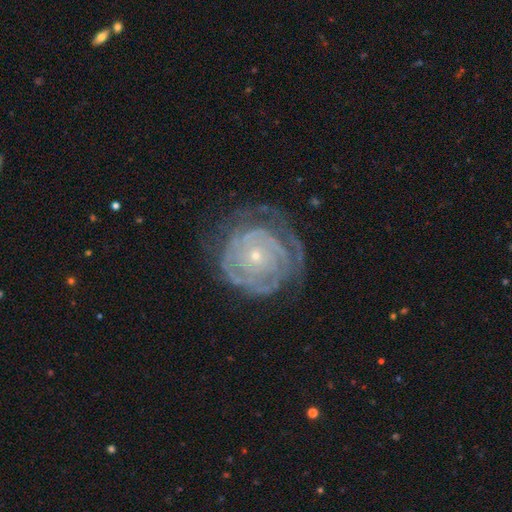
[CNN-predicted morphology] This is clearly a featured or disk galaxy (81%). It is clearly not viewed edge-on (97%). Bar: clearly no (85%). Spiral arm pattern: clearly yes (84%). Spiral arm count: possibly can't tell (48%). Spiral winding: clearly tight (81%). Central bulge: clearly small (83%). Merging: likely none (61%).